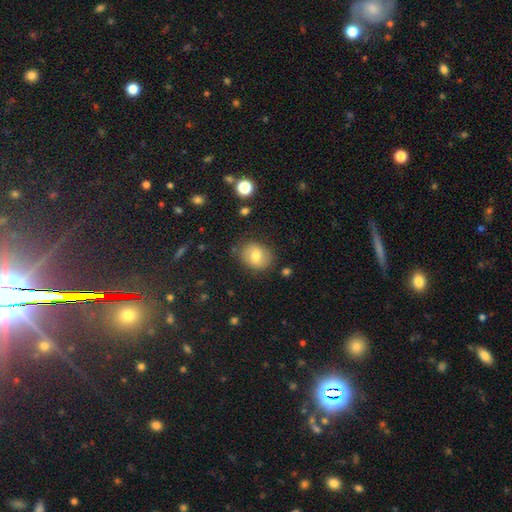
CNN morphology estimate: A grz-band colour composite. It shows a smooth galaxy with no disk features (73%) that is round (57%). Merging: none (81%).